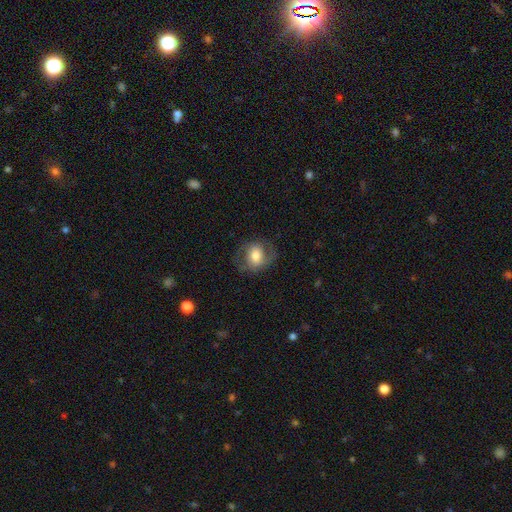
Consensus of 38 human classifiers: smooth-or-featured: smooth: 61% | featured or disk: 39% | star or artifact: 0%
  how-rounded: round: 57% | in between: 43% | cigar-shaped: 0%
  merging: none: 63% | minor disturbance: 21% | major disturbance: 16% | merger: 0%